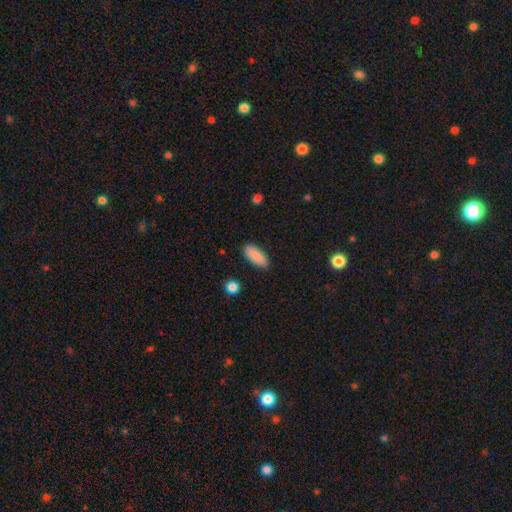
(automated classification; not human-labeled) Smooth or featured?
  - smooth: 89% *
  - star or artifact: 7%
  - featured or disk: 4%
How rounded?
  - in between: 82% *
  - cigar-shaped: 16%
  - round: 2%
Merging?
  - none: 88% *
  - minor disturbance: 9%
  - major disturbance: 2%
  - merger: 1%